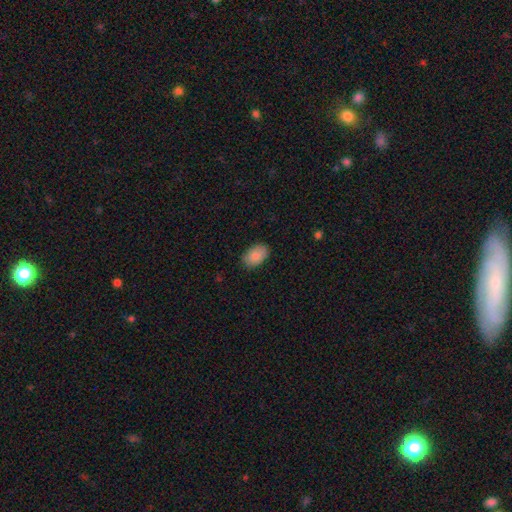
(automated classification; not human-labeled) Smooth or featured: smooth — 88% (star or artifact — 7%)
How rounded: in between — 91% (round — 8%)
Merging: none — 85% (minor disturbance — 12%)